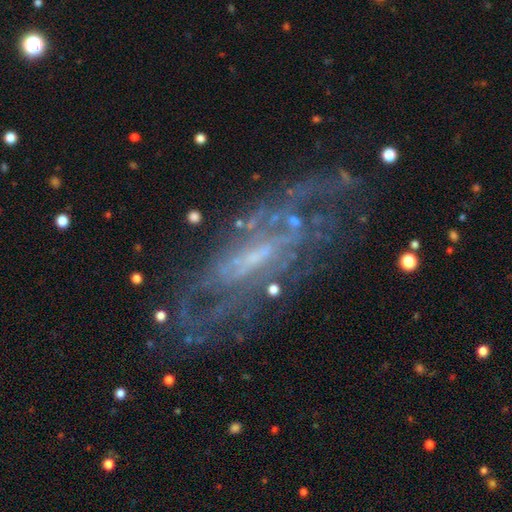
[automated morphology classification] Overall: featured or disk (82%). Edge-on disk: no (86%). Bar: weak (45%; no 30%). Spiral arms: yes (86%). Spiral arm count: can't tell (56%; 2 19%). Spiral winding: tight (54%; medium 34%). Bulge size: small (49%; none 24%). Merging: none (71%).